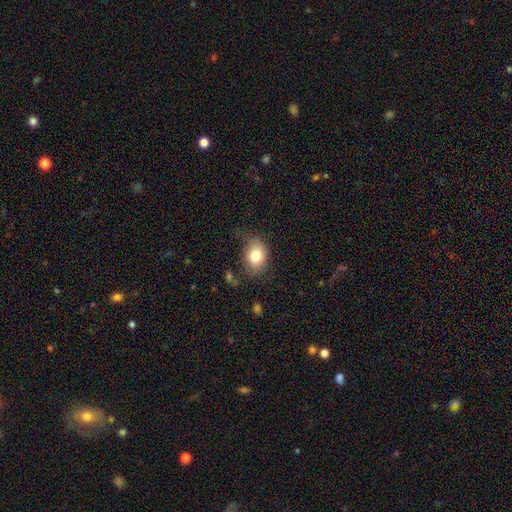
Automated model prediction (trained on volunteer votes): This appears to be a smooth galaxy with no disk features (80%) that is in between round and cigar-shaped (63%). Merging: none (69%).